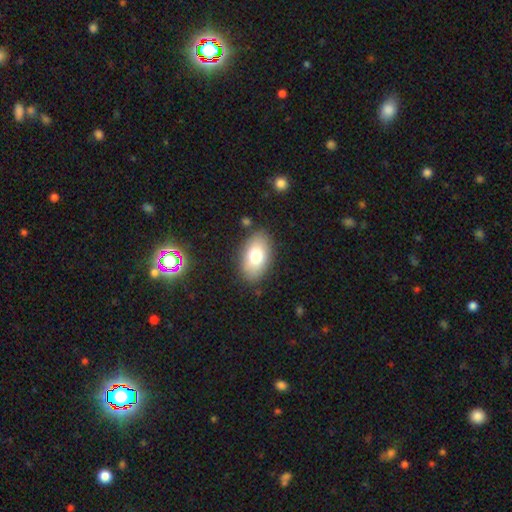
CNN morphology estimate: The model was most divided on "smooth or featured": smooth: 74%, featured or disk: 18%, star or artifact: 9%. More confident: how rounded — in between (91%); merging — none (85%).